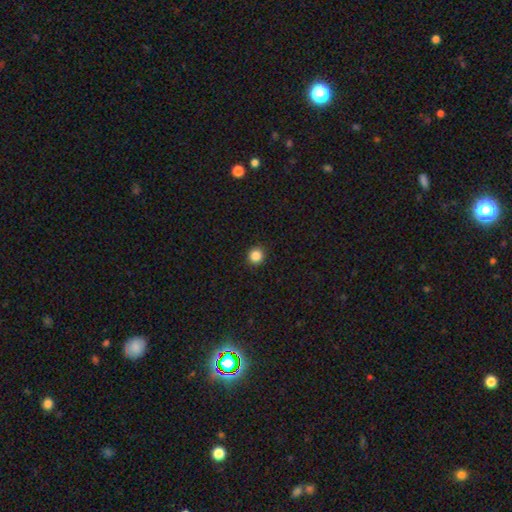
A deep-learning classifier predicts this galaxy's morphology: smooth 86%, star or artifact 11%, featured or disk 3%. Down the decision tree: how rounded — round (92%); merging — none (92%).